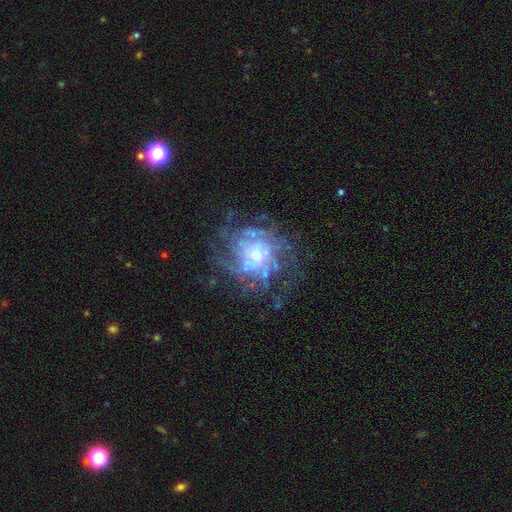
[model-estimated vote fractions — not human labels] Smooth or featured? Predicted: featured or disk (p=0.79). Edge-on disk? Predicted: no (p=0.97). Bar? Predicted: no (p=0.80). Spiral arms? Predicted: yes (p=0.81). Spiral winding? Predicted: tight (p=0.50). Spiral arm count? Predicted: can't tell (p=0.44). Bulge size? Predicted: small (p=0.51). Merging? Predicted: none (p=0.64).